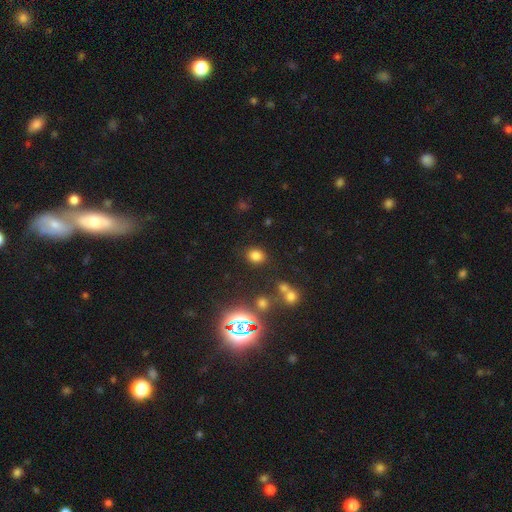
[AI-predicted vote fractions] smooth_or_featured: smooth (p=0.74) [alt: star or artifact p=0.20]
how_rounded: round (p=0.52) [alt: in between p=0.47]
merging: none (p=0.83) [alt: minor disturbance p=0.09]